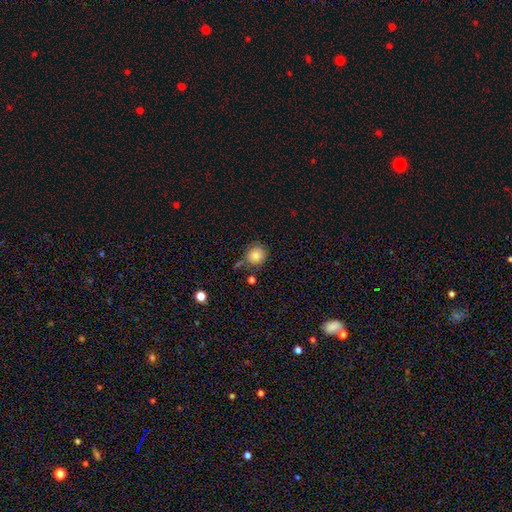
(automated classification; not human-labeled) Morphology: type=smooth (83%); roundness=round (88%); merging=none (69%).